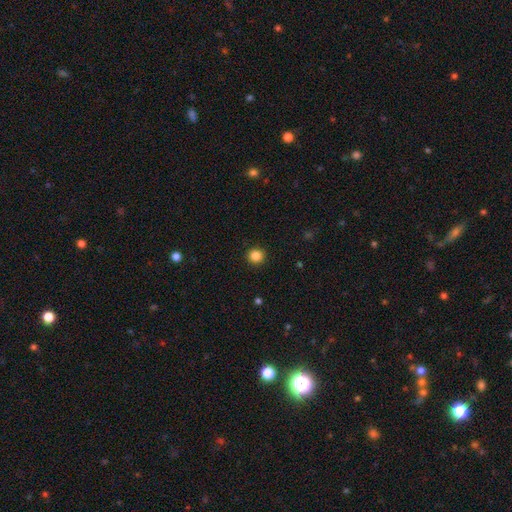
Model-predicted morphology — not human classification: This is clearly a smooth galaxy (85%). How rounded: clearly round (94%). Merging: clearly none (93%).